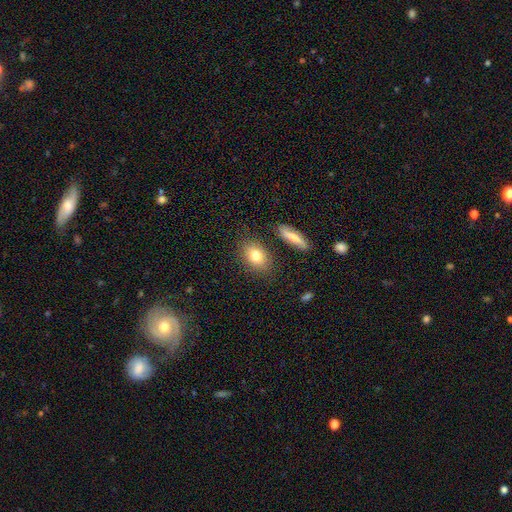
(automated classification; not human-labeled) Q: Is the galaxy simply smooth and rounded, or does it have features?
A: smooth — 79%.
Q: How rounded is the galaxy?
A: in between — 74%.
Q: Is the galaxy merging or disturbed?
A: none — 81%.